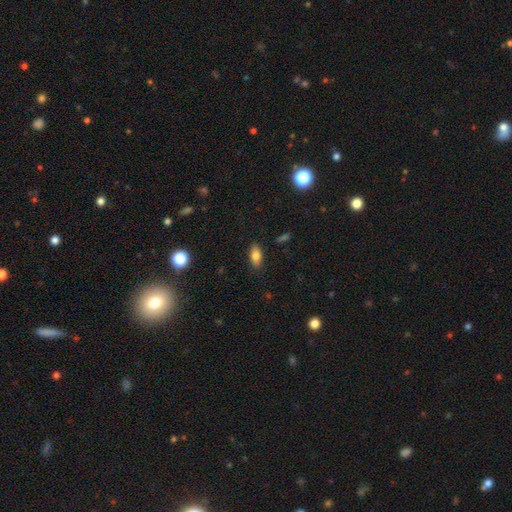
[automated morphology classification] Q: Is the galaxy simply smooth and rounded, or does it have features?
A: smooth — 79%.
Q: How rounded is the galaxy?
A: in between — 86%.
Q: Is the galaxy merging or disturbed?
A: none — 87%.